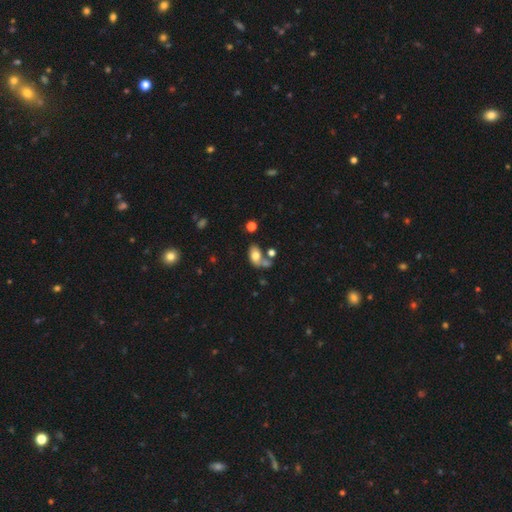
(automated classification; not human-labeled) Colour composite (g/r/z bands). It shows a smooth galaxy with no disk features (71%) that is in between round and cigar-shaped (87%). Merging: merger (36%).